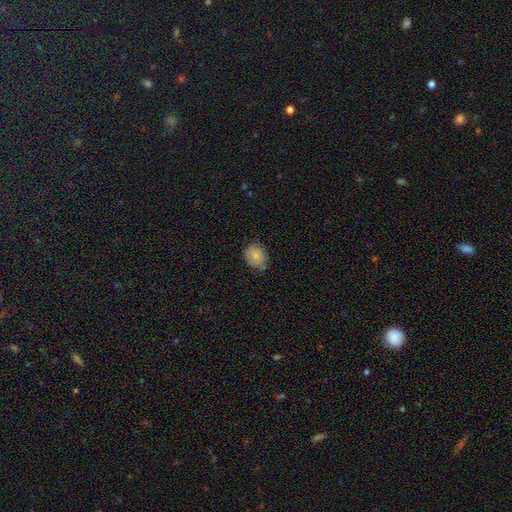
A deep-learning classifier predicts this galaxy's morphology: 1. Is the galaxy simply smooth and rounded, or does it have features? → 82% smooth, 10% featured or disk, 8% star or artifact.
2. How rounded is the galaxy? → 58% round, 41% in between, 1% cigar-shaped.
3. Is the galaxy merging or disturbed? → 71% none, 23% minor disturbance, 4% major disturbance, 2% merger.